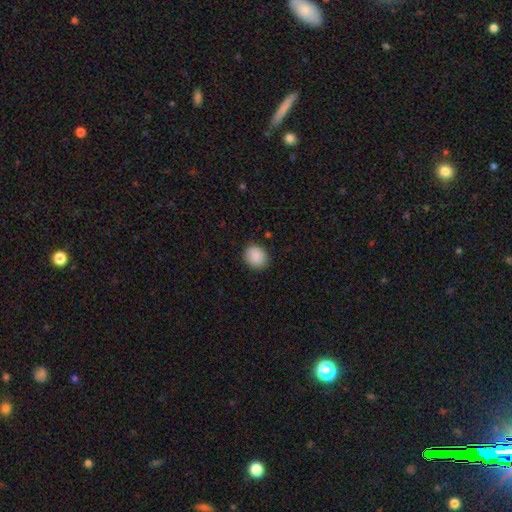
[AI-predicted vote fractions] Overall: smooth (90%). How rounded: round (64%; in between 35%). Merging: none (88%).